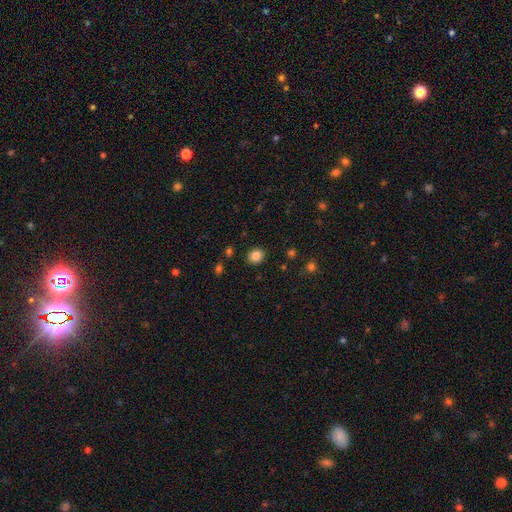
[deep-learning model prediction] Smooth or featured: smooth — 84% (star or artifact — 11%)
How rounded: round — 70% (in between — 30%)
Merging: none — 89% (minor disturbance — 7%)